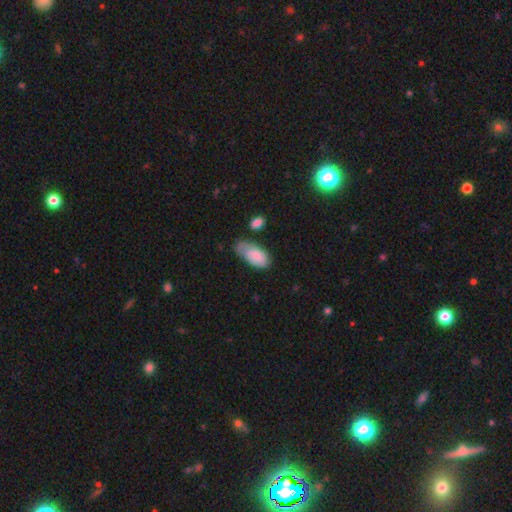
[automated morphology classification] smooth-or-featured: smooth: 74% | featured or disk: 20% | star or artifact: 6%
  how-rounded: in between: 92% | cigar-shaped: 6% | round: 2%
  merging: none: 43% | minor disturbance: 37% | major disturbance: 13% | merger: 6%